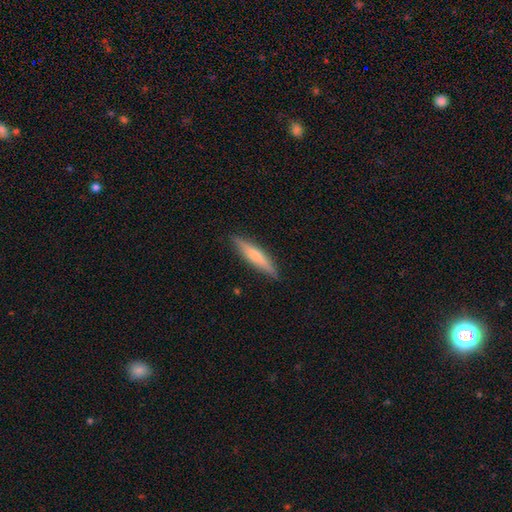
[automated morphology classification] smooth 56%, featured or disk 38%, star or artifact 6%. Down the decision tree: how rounded — cigar-shaped (88%); merging — none (88%).